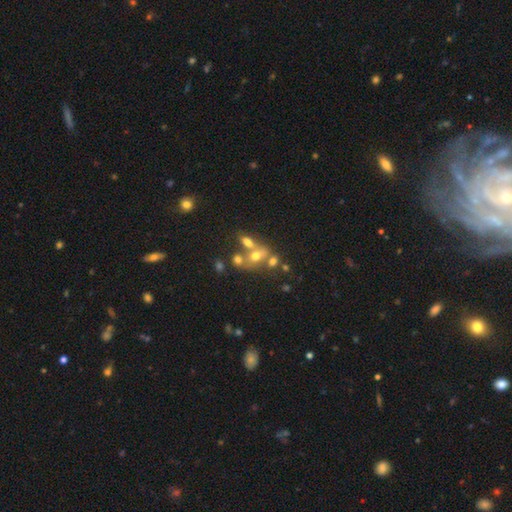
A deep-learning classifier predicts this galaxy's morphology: A smooth galaxy with no disk features (54%) that is in between round and cigar-shaped (60%). Merging: merger (49%).